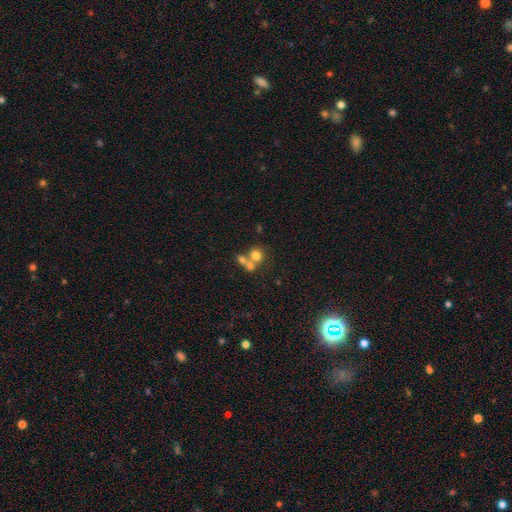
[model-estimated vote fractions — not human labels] Smooth or featured? Predicted: smooth (p=0.67). How rounded? Predicted: round (p=0.81). Merging? Predicted: merger (p=0.53).